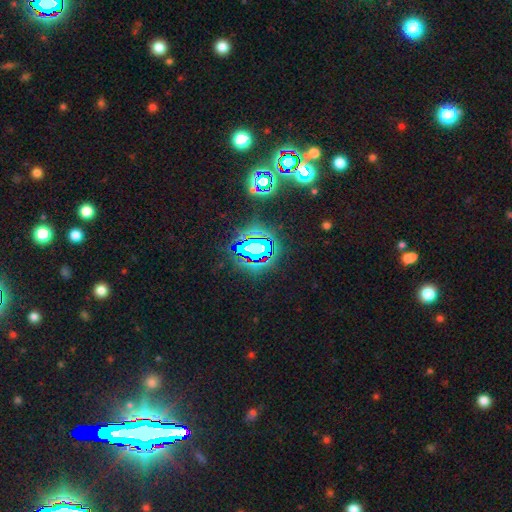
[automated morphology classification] smooth-or-featured: star or artifact: 71% | smooth: 16% | featured or disk: 13%